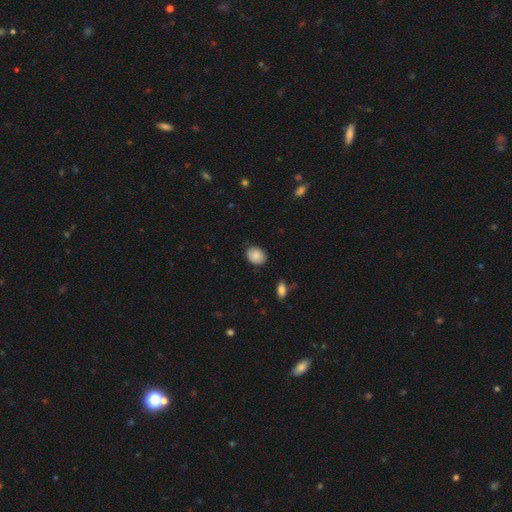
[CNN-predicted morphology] Smooth or featured?
  - smooth: 86% *
  - star or artifact: 7%
  - featured or disk: 6%
How rounded?
  - in between: 52% *
  - round: 47%
  - cigar-shaped: 1%
Merging?
  - none: 83% *
  - minor disturbance: 13%
  - major disturbance: 2%
  - merger: 1%